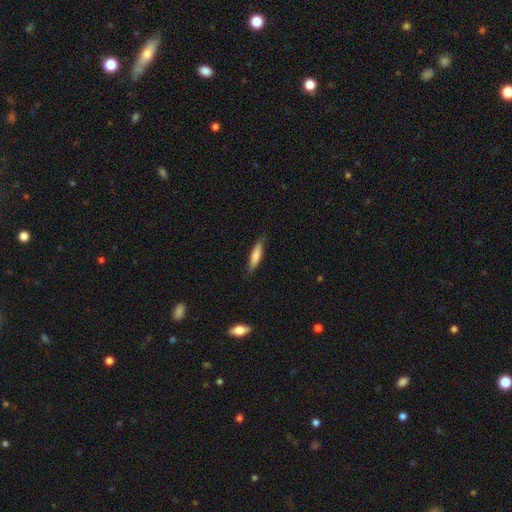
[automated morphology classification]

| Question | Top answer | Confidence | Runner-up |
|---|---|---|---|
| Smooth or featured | smooth | 75% | featured or disk (20%) |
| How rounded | cigar-shaped | 78% | in between (21%) |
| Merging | none | 82% | minor disturbance (14%) |